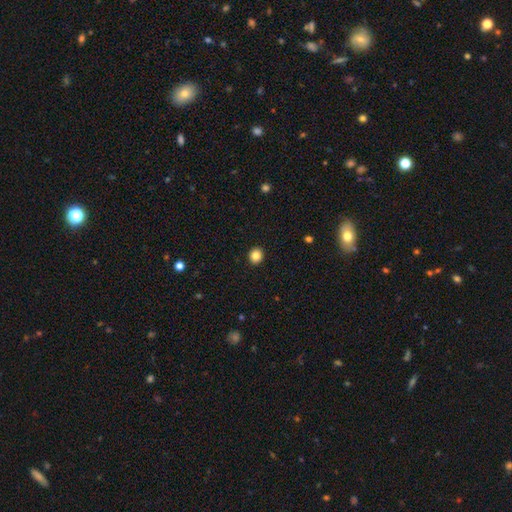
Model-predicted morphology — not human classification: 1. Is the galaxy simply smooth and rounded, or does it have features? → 85% smooth, 10% star or artifact, 5% featured or disk.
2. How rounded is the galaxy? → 81% round, 18% in between, 1% cigar-shaped.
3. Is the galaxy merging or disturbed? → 93% none, 5% minor disturbance, 2% major disturbance, 1% merger.